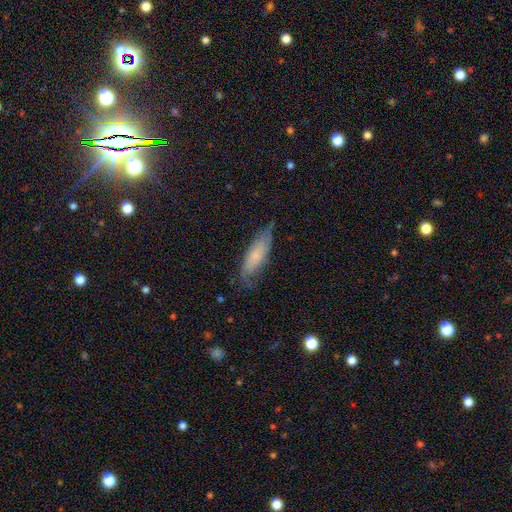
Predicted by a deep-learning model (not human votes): smooth 59%, featured or disk 34%, star or artifact 7%. Down the decision tree: how rounded — cigar-shaped (50%); merging — none (66%).